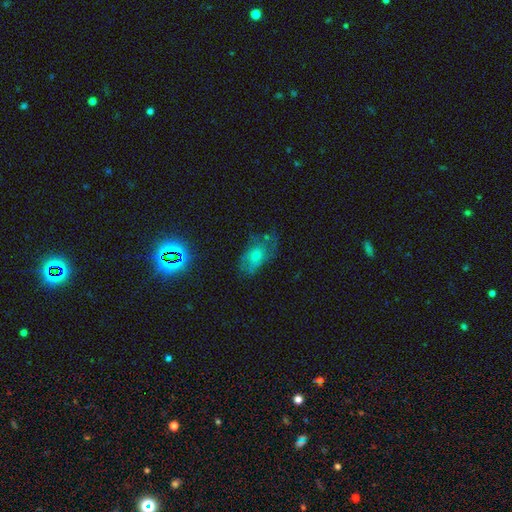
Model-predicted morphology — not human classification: type=smooth (44%); merging=none (53%).